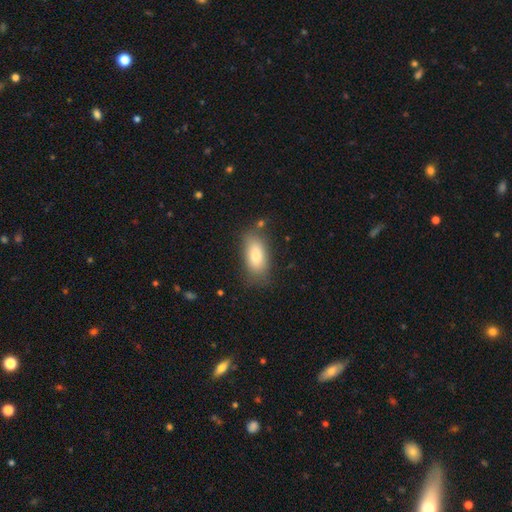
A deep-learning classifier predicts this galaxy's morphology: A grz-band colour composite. It shows a smooth galaxy with no disk features (79%) that is in between round and cigar-shaped (87%). Merging: none (76%).